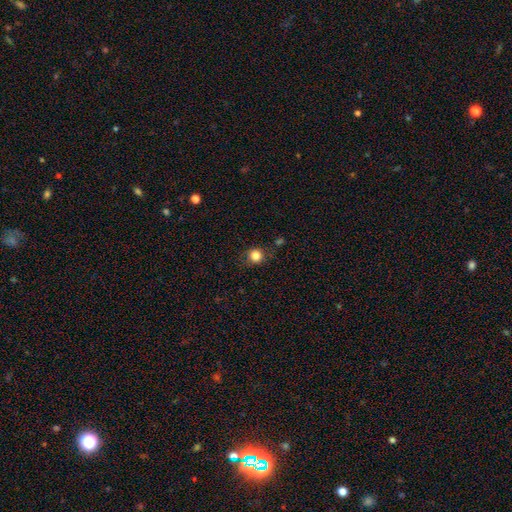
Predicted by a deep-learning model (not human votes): Smooth or featured? Predicted: smooth (p=0.84). How rounded? Predicted: round (p=0.90). Merging? Predicted: none (p=0.82).